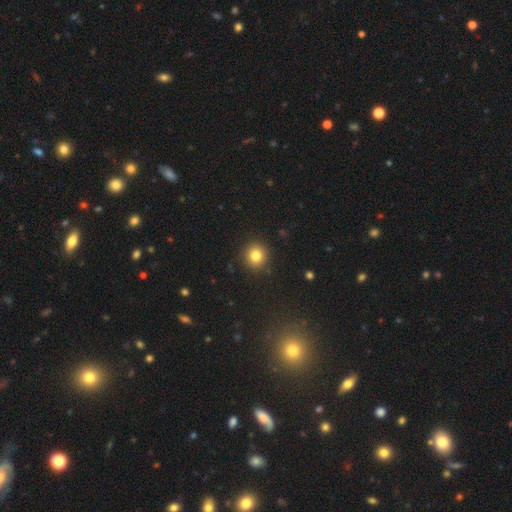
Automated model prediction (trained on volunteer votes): Morphology: type=smooth (82%); roundness=round (91%); merging=none (91%).